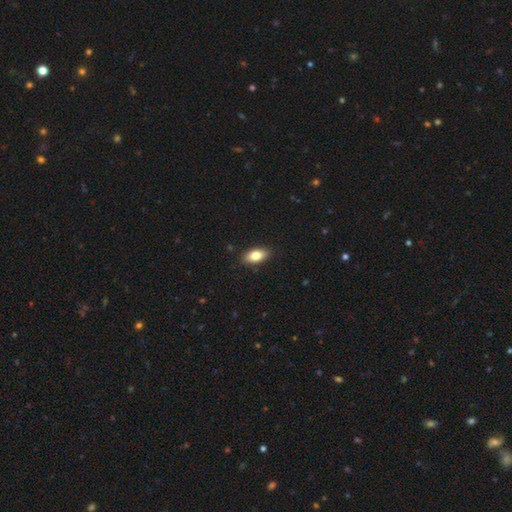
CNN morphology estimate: Smooth or featured? Predicted: smooth (p=0.81). How rounded? Predicted: in between (p=0.89). Merging? Predicted: none (p=0.88).